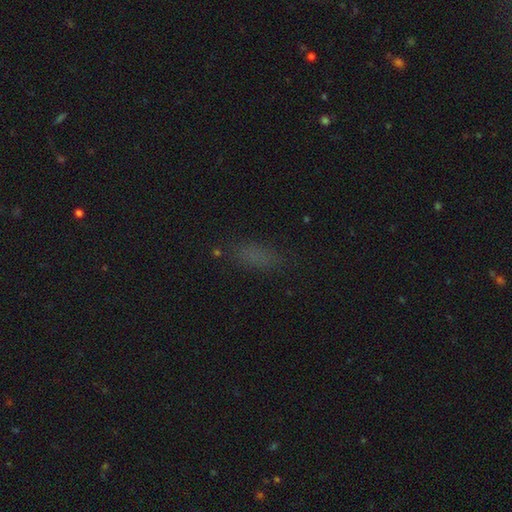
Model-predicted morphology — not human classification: The model was most divided on "how rounded": in between: 66%, cigar-shaped: 29%, round: 5%. More confident: merging — none (77%); smooth or featured — smooth (70%).